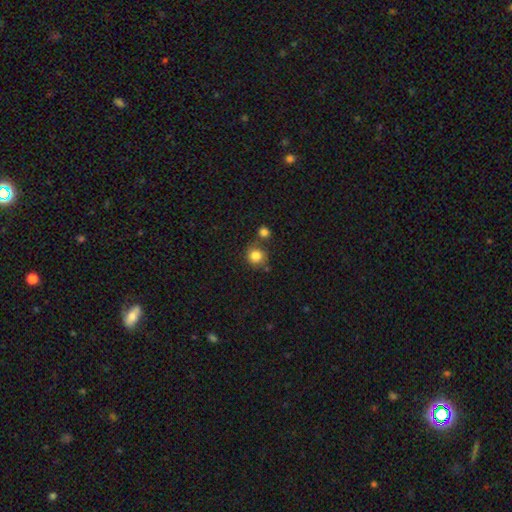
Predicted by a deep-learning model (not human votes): This appears to be a smooth galaxy with no disk features (83%) that is round (90%). Merging: none (67%).